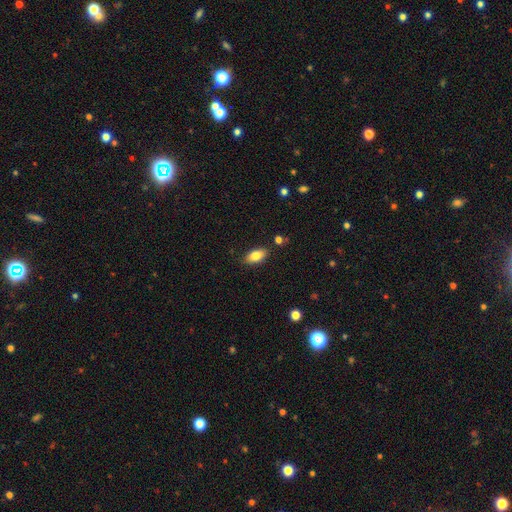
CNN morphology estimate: Q: Smooth or featured?
A: smooth (82%); runner-up: featured or disk (11%)
Q: How rounded?
A: in between (89%); runner-up: cigar-shaped (7%)
Q: Merging?
A: none (84%); runner-up: minor disturbance (11%)